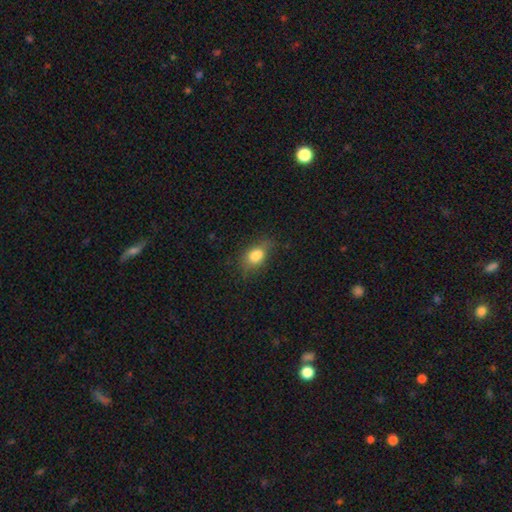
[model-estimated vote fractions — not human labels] Smooth or featured? smooth (79%)
How rounded? in between (77%)
Merging? none (60%)